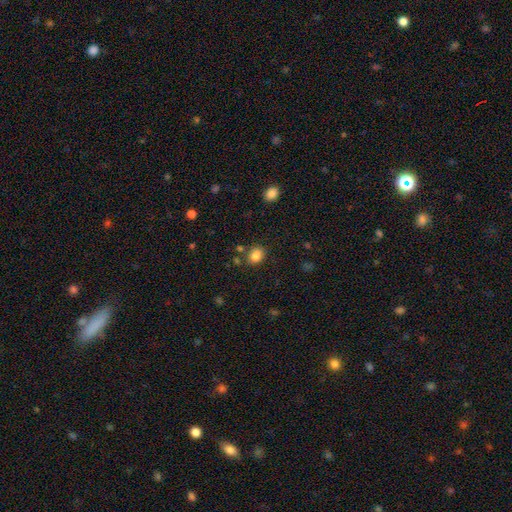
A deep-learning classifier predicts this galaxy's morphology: Smooth or featured? smooth (85%)
How rounded? in between (62%)
Merging? none (77%)